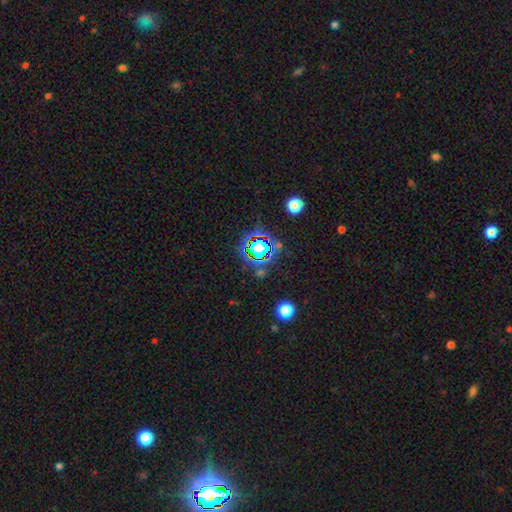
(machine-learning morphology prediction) type=star or artifact (78%).